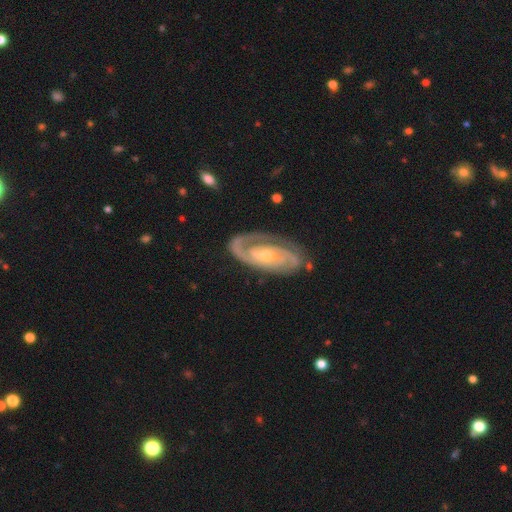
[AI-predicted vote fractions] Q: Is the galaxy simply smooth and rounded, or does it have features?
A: featured or disk — 91%.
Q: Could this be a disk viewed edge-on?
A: no — 96%.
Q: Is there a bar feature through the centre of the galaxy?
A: no — 49%.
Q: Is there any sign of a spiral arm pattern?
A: yes — 98%.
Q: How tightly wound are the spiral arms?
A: tight — 65%.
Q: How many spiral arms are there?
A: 2 — 81%.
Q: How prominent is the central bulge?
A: moderate — 52%.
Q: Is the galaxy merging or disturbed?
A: none — 79%.